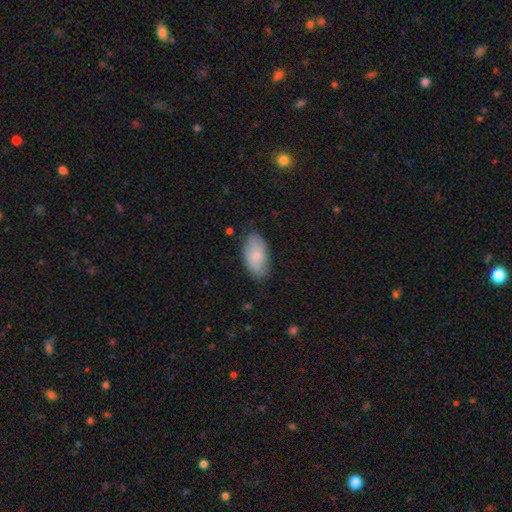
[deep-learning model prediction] The model was most divided on "smooth or featured": smooth: 68%, featured or disk: 26%, star or artifact: 6%. More confident: how rounded — in between (93%); merging — none (76%).